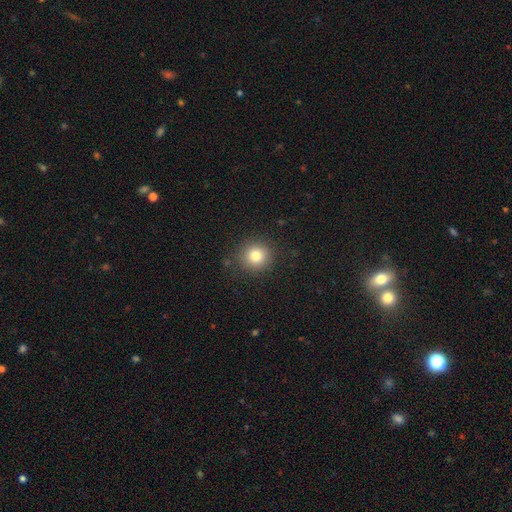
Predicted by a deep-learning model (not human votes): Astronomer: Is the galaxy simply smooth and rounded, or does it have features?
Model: smooth — 80%.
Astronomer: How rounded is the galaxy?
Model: round — 92%.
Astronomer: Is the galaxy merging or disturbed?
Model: none — 88%.